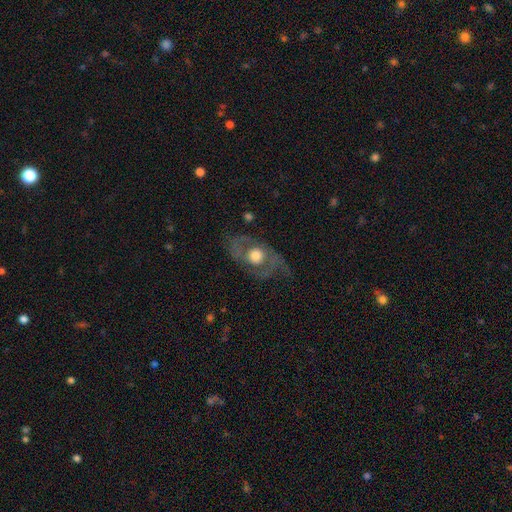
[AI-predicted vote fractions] Smooth or featured? featured or disk (62%)
Edge-on disk? no (91%)
Bar? no (86%)
Spiral arms? no (58%)
Bulge size? moderate (45%)
Merging? none (61%)